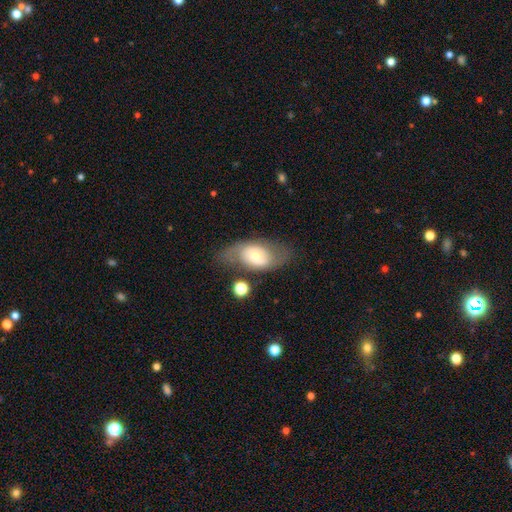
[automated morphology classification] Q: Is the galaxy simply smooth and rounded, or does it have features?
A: featured or disk — 52%.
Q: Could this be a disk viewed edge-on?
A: no — 89%.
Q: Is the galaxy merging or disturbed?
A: none — 61%.